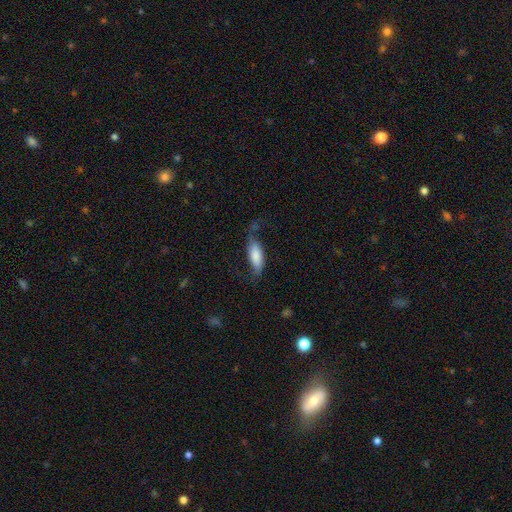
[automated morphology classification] A smooth galaxy with no disk features (59%) that is in between round and cigar-shaped (75%). Merging: none (46%).